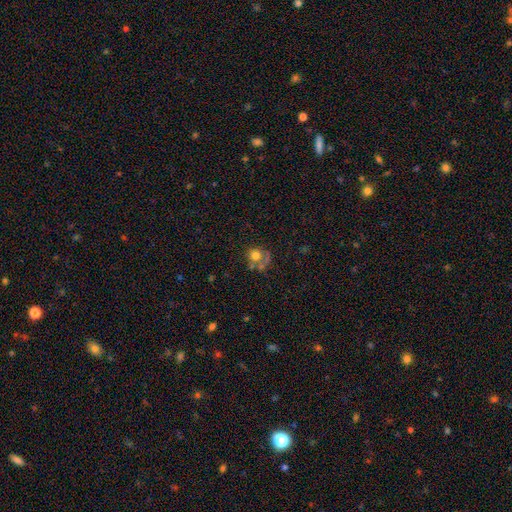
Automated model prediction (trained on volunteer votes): The model was most divided on "merging": none: 41%, merger: 24%, major disturbance: 19%, minor disturbance: 16%. More confident: how rounded — round (80%); smooth or featured — smooth (65%).